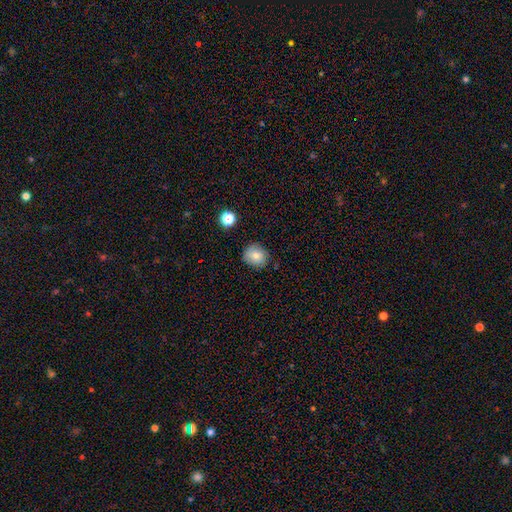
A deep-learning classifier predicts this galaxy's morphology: A smooth galaxy with no disk features (75%) that is round (85%). Merging: none (81%).